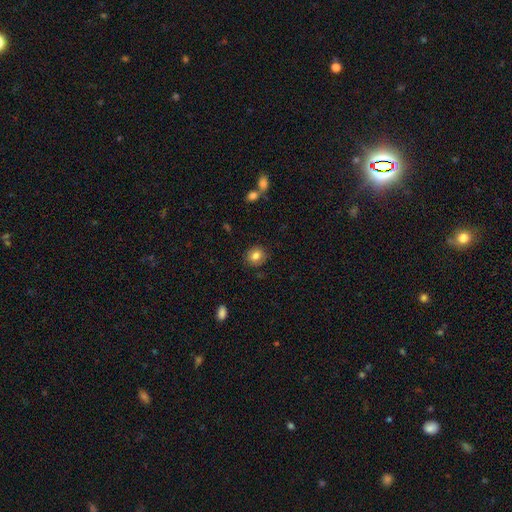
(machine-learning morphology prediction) The model was most divided on "how rounded": round: 71%, in between: 28%, cigar-shaped: 1%. More confident: merging — none (87%); smooth or featured — smooth (83%).